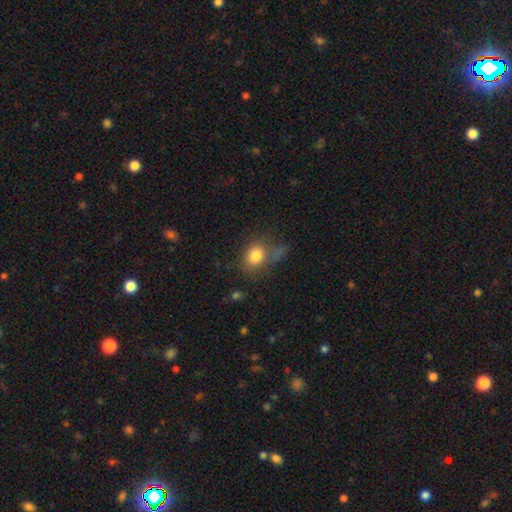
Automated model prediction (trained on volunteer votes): Smooth or featured? Predicted: smooth (p=0.80). How rounded? Predicted: in between (p=0.50). Merging? Predicted: none (p=0.47).